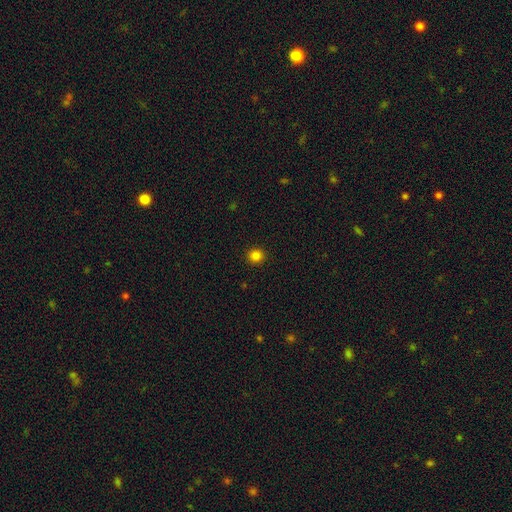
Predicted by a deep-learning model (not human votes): The model was most divided on "smooth or featured": smooth: 83%, star or artifact: 14%, featured or disk: 4%. More confident: merging — none (92%); how rounded — round (89%).